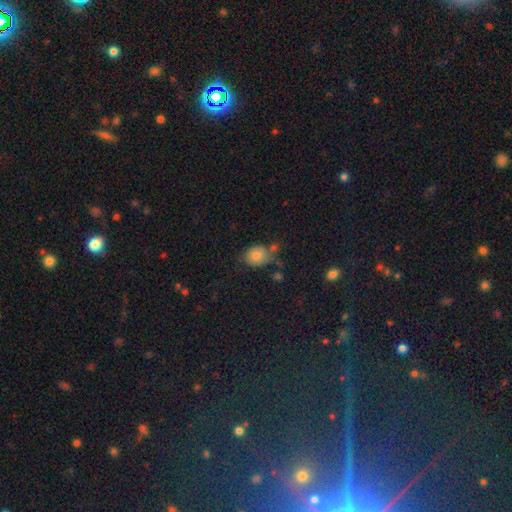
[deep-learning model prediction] A smooth galaxy with no disk features (75%) that is round (50%).

Vote fractions:
- Smooth or featured? smooth: 75% / featured or disk: 15% / star or artifact: 10%
- How rounded? round: 50% / in between: 49% / cigar-shaped: 1%
- Merging? none: 51% / minor disturbance: 26% / merger: 13% / major disturbance: 10%